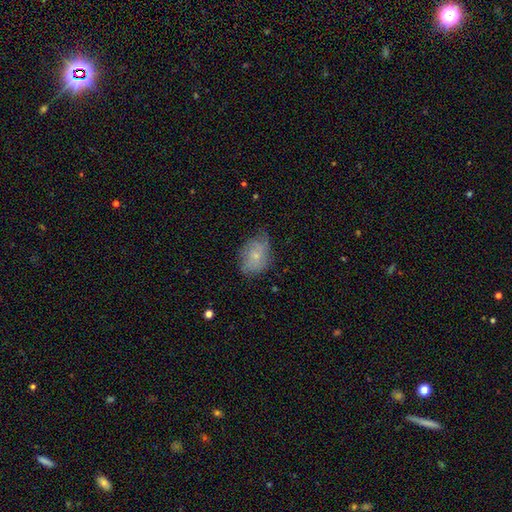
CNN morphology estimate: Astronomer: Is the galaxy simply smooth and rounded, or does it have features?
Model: smooth — 59%.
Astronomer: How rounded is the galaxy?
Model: in between — 75%.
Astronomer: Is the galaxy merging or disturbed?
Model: none — 57% (runner-up: minor disturbance, 32%).